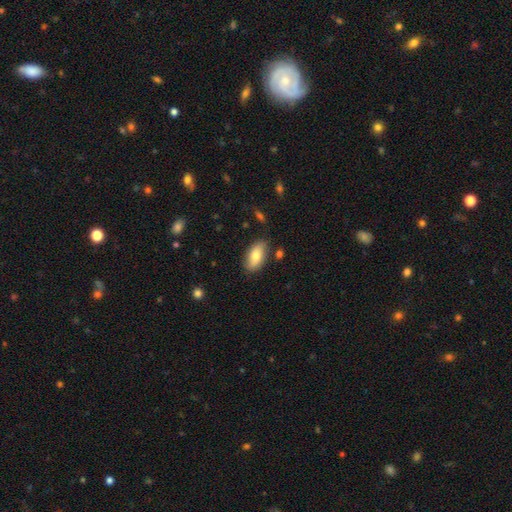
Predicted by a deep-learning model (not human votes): Smooth or featured? Predicted: smooth (p=0.75). How rounded? Predicted: in between (p=0.92). Merging? Predicted: none (p=0.81).